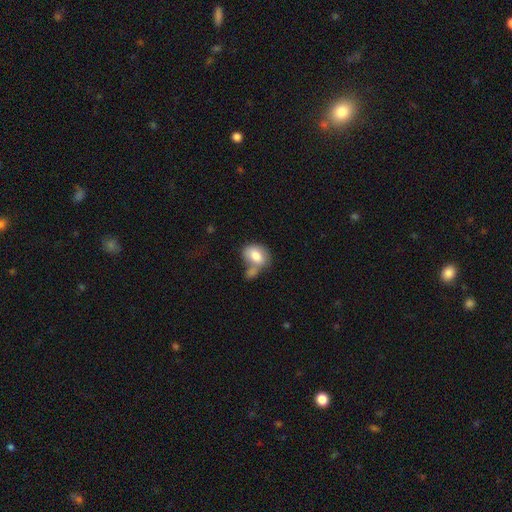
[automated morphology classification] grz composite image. It shows a smooth galaxy with no disk features (77%) that is in between round and cigar-shaped (78%). Merging: merger (44%).